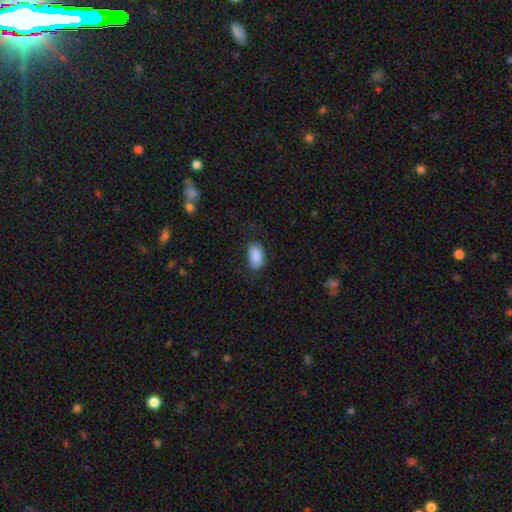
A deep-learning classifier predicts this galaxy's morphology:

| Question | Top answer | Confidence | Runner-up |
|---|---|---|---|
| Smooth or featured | smooth | 87% | star or artifact (7%) |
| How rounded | in between | 93% | round (5%) |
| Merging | none | 73% | minor disturbance (20%) |